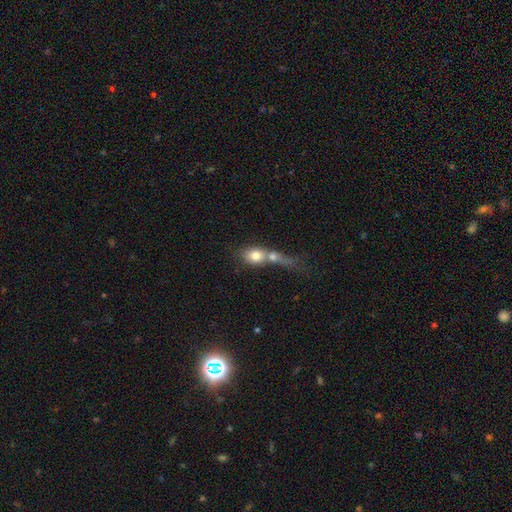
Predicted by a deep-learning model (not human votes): Morphology: type=smooth (74%); roundness=in between (48%); merging=merger (67%).